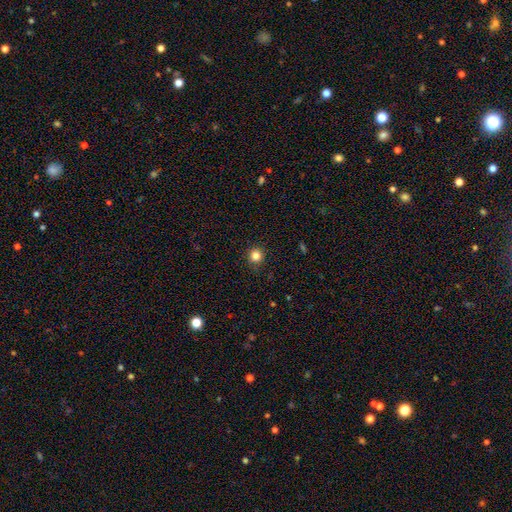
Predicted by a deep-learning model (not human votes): Smooth or featured?
  - smooth: 83% *
  - star or artifact: 12%
  - featured or disk: 4%
How rounded?
  - round: 92% *
  - in between: 7%
  - cigar-shaped: 1%
Merging?
  - none: 90% *
  - minor disturbance: 7%
  - major disturbance: 2%
  - merger: 1%